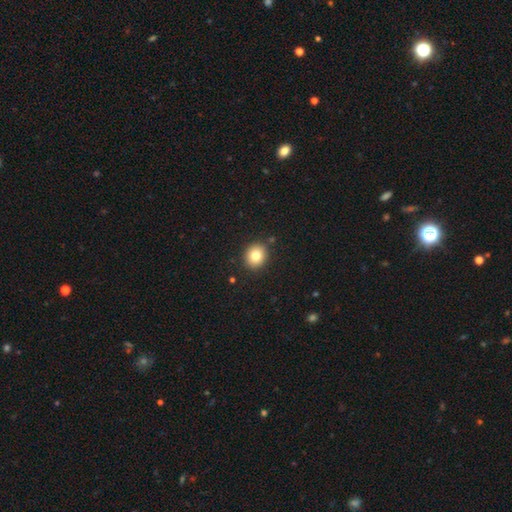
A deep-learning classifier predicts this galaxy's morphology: smooth-or-featured: smooth: 80% | star or artifact: 11% | featured or disk: 10%
  how-rounded: round: 78% | in between: 21% | cigar-shaped: 1%
  merging: none: 88% | minor disturbance: 8% | merger: 2% | major disturbance: 2%